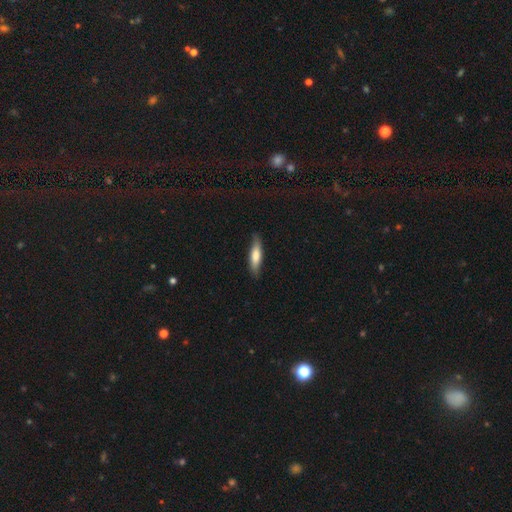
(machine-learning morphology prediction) smooth-or-featured: smooth: 70% | featured or disk: 24% | star or artifact: 5%
  how-rounded: cigar-shaped: 66% | in between: 32% | round: 2%
  merging: none: 81% | minor disturbance: 15% | major disturbance: 3% | merger: 1%